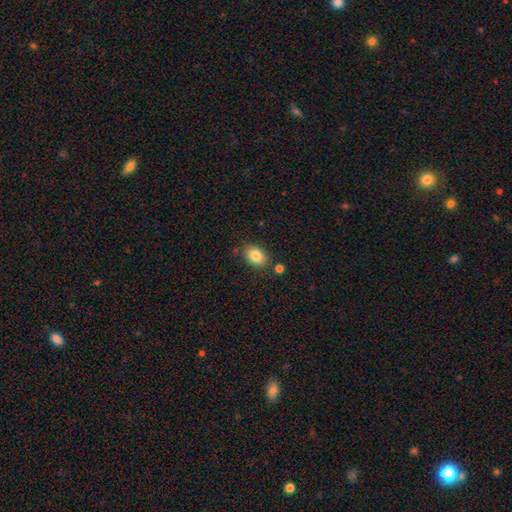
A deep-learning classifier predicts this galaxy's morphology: This appears to be a smooth galaxy with no disk features (84%) that is in between round and cigar-shaped (78%). Merging: none (78%).